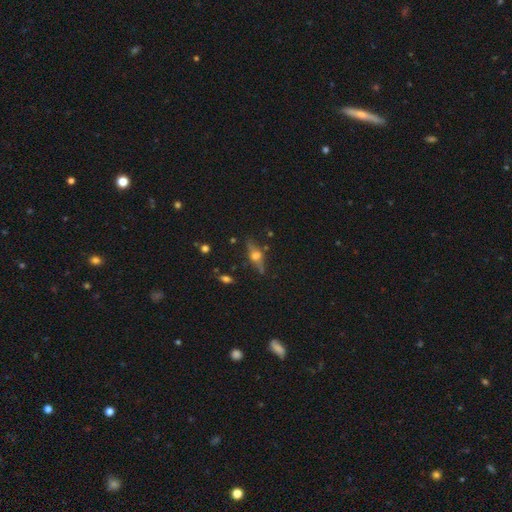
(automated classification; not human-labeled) Smooth or featured? Predicted: featured or disk (p=0.67). Edge-on disk? Predicted: yes (p=0.94). Edge-on bulge? Predicted: rounded (p=0.94). Merging? Predicted: none (p=0.82).